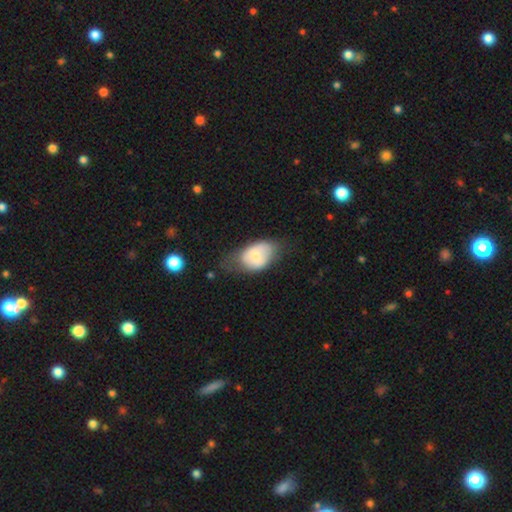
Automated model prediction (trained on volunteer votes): A smooth galaxy with no disk features (65%) that is in between round and cigar-shaped (86%).

Vote fractions:
- Smooth or featured? smooth: 65% / featured or disk: 29% / star or artifact: 7%
- How rounded? in between: 86% / round: 13% / cigar-shaped: 1%
- Merging? none: 41% / minor disturbance: 36% / major disturbance: 20% / merger: 3%